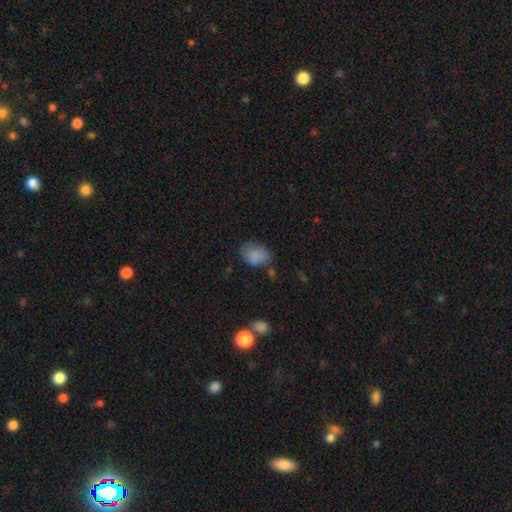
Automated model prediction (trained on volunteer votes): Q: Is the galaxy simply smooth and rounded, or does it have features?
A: smooth — 80%.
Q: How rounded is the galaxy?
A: in between — 75%.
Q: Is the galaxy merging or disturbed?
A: none — 54%.